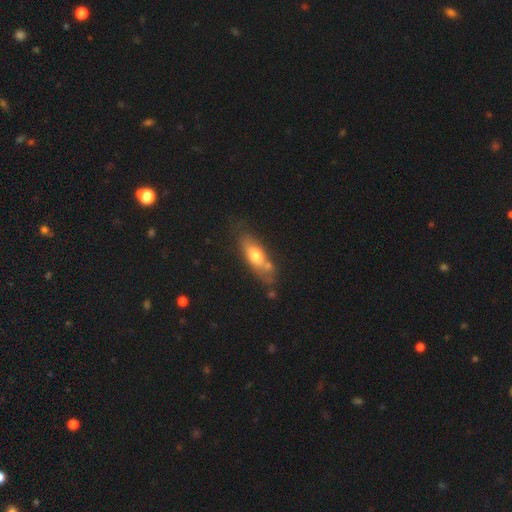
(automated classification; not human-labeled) Smooth or featured: smooth — 59% (featured or disk — 34%)
How rounded: in between — 60% (cigar-shaped — 37%)
Merging: none — 61% (minor disturbance — 22%)